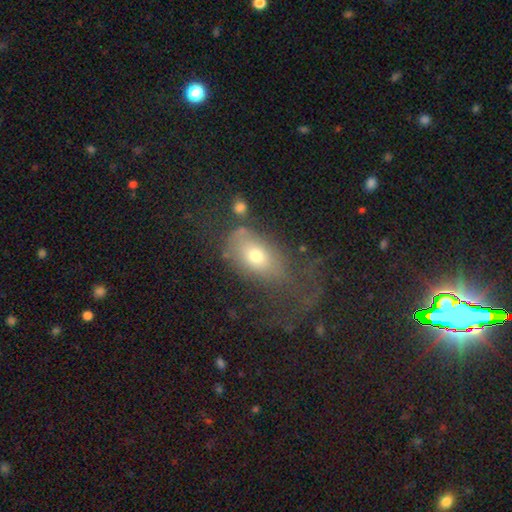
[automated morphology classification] Smooth or featured? Predicted: smooth (p=0.59). How rounded? Predicted: in between (p=0.84). Merging? Predicted: major disturbance (p=0.44).